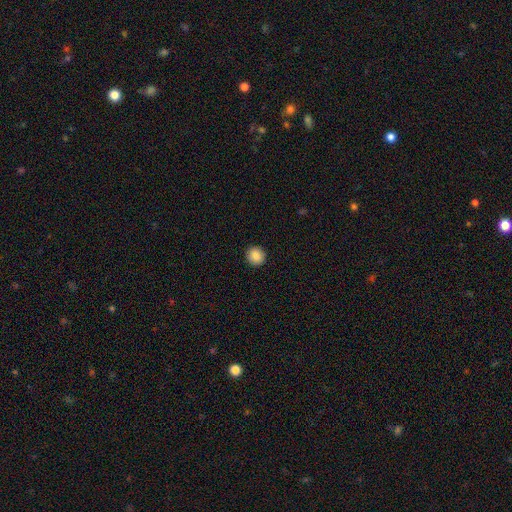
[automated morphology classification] Smooth or featured: smooth — 87% (star or artifact — 9%)
How rounded: round — 89% (in between — 10%)
Merging: none — 92% (minor disturbance — 5%)